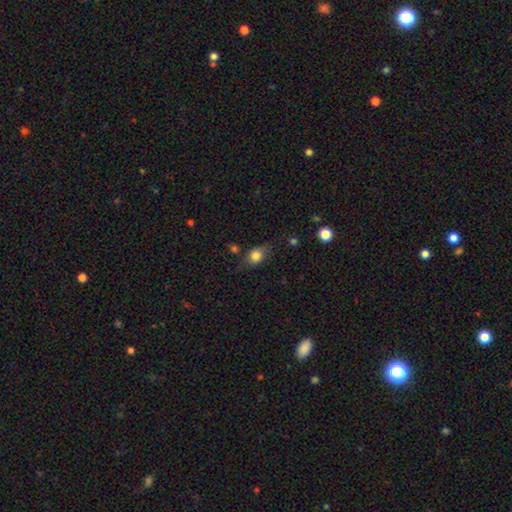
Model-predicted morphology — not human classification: A smooth galaxy with no disk features (76%) that is in between round and cigar-shaped (61%). Merging: none (63%).